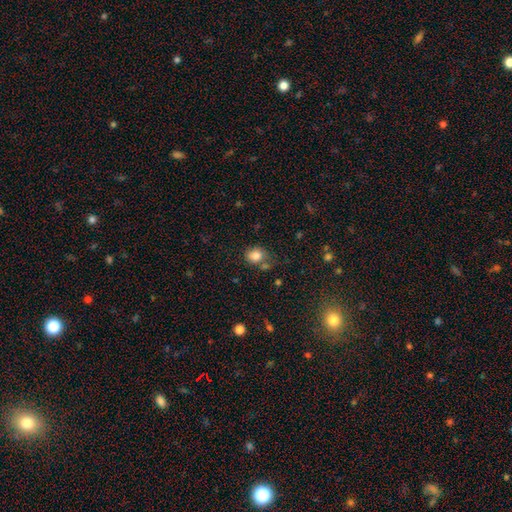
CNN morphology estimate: Smooth or featured: smooth — 83% (star or artifact — 10%)
How rounded: round — 58% (in between — 41%)
Merging: none — 58% (minor disturbance — 21%)